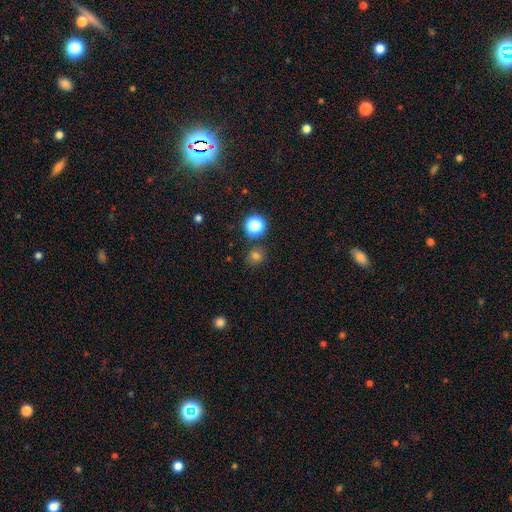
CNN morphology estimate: Overall: smooth (72%). How rounded: round (81%). Merging: none (82%).